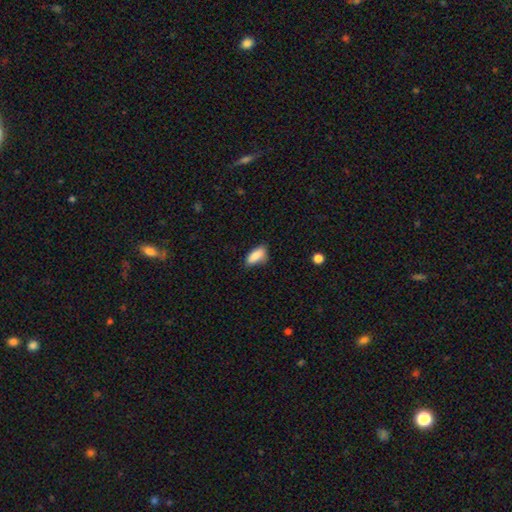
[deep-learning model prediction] This appears to be a smooth galaxy with no disk features (87%) that is in between round and cigar-shaped (84%). Merging: none (66%).